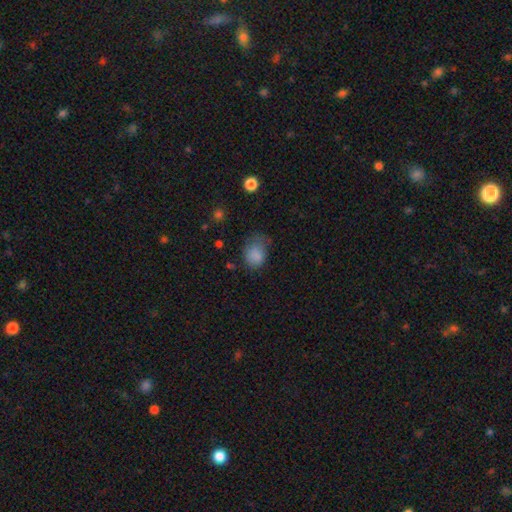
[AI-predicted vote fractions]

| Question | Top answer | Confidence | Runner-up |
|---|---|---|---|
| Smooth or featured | smooth | 81% | star or artifact (11%) |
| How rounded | in between | 60% | round (40%) |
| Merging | none | 37% | minor disturbance (36%) |